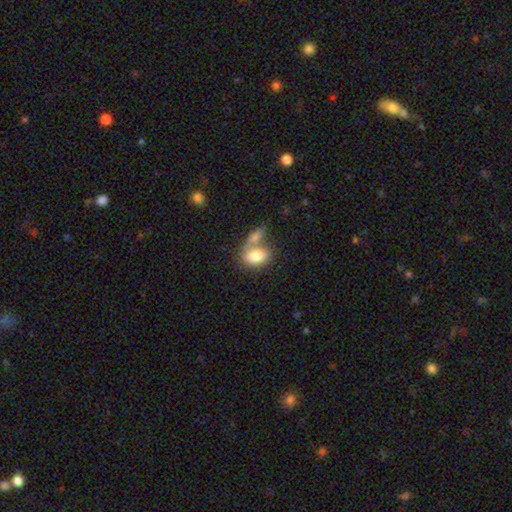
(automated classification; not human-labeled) A smooth galaxy with no disk features (80%) that is in between round and cigar-shaped (86%).

Vote fractions:
- Smooth or featured? smooth: 80% / featured or disk: 13% / star or artifact: 7%
- How rounded? in between: 86% / round: 11% / cigar-shaped: 3%
- Merging? merger: 57% / none: 28% / minor disturbance: 9% / major disturbance: 6%